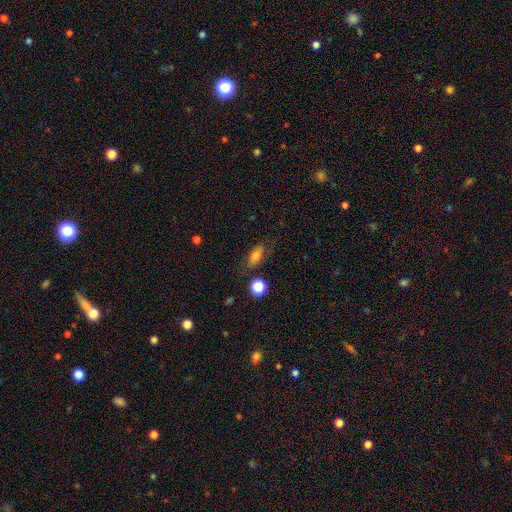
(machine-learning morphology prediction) A smooth galaxy with no disk features (70%) that is in between round and cigar-shaped (75%).

Vote fractions:
- Smooth or featured? smooth: 70% / featured or disk: 19% / star or artifact: 12%
- How rounded? in between: 75% / cigar-shaped: 15% / round: 10%
- Merging? none: 71% / minor disturbance: 18% / major disturbance: 8% / merger: 3%